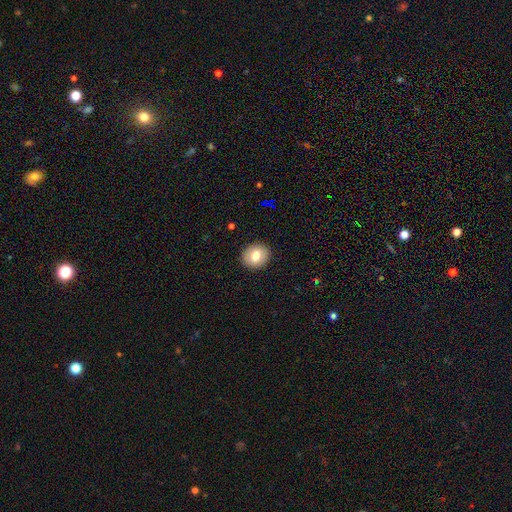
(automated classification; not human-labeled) Overall: smooth (76%). How rounded: round (72%). Merging: none (91%).